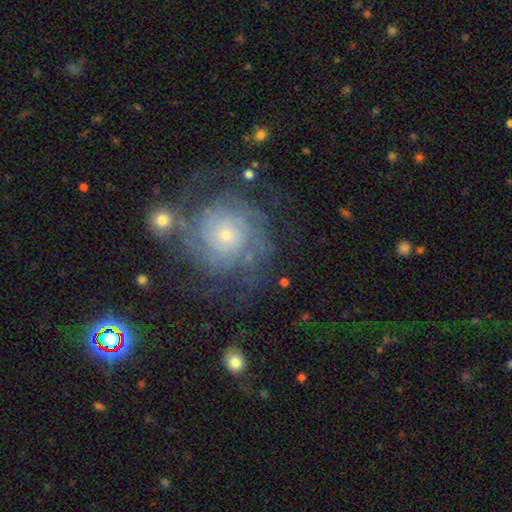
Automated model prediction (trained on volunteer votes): A featured or disk galaxy (73%) with no bar (79%), tight (69%) spiral arms (93%) and a small central bulge (59%).

Vote fractions:
- Smooth or featured? featured or disk: 73% / star or artifact: 14% / smooth: 13%
- Edge-on disk? no: 97% / yes: 3%
- Bar? no: 79% / weak: 17% / strong: 4%
- Spiral arms? yes: 93% / no: 7%
- Spiral winding? tight: 69% / medium: 24% / loose: 7%
- Spiral arm count? can't tell: 38% / 2: 26% / 3: 14% / 4: 9% / more than 4: 7% / 1: 6%
- Bulge size? small: 59% / moderate: 34% / large: 4% / none: 2% / dominant: 1%
- Merging? none: 70% / minor disturbance: 13% / major disturbance: 10% / merger: 6%